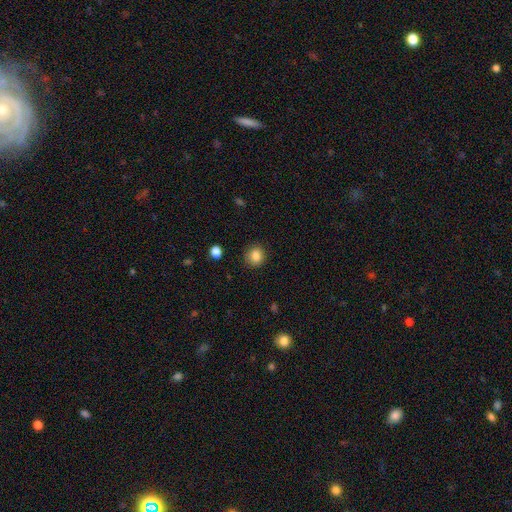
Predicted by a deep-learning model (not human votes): Smooth or featured?
  - smooth: 85% *
  - star or artifact: 10%
  - featured or disk: 5%
How rounded?
  - round: 81% *
  - in between: 18%
  - cigar-shaped: 1%
Merging?
  - none: 86% *
  - minor disturbance: 10%
  - major disturbance: 3%
  - merger: 1%